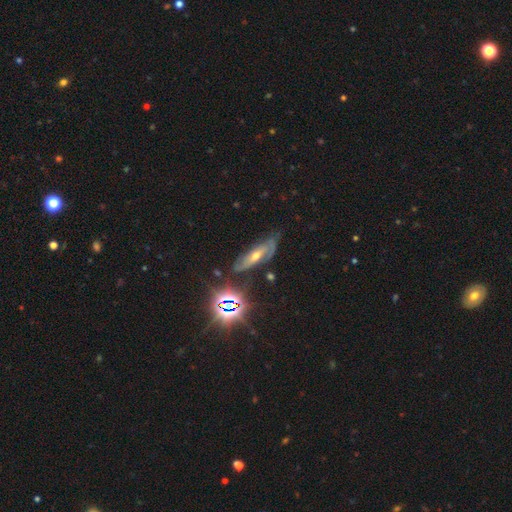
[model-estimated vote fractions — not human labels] This appears to be a featured or disk galaxy (54%). Merging: none (63%).